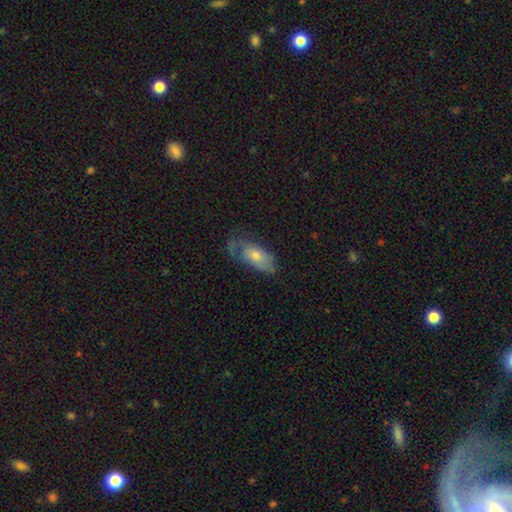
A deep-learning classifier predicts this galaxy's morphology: This is possibly a featured or disk galaxy (49%). Merging: marginally none (43%).